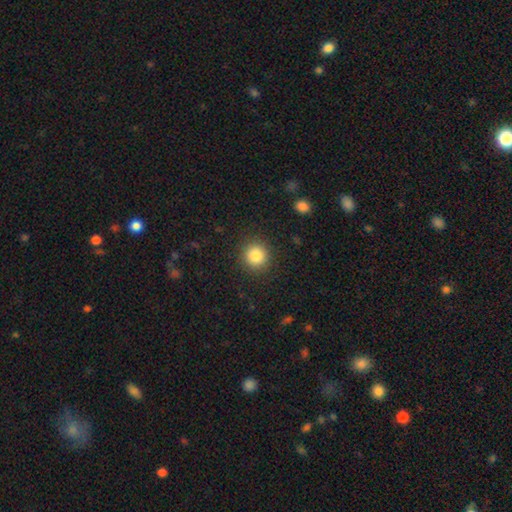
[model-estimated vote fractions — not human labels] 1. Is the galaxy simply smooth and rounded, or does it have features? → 84% smooth, 11% star or artifact, 5% featured or disk.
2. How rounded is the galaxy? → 94% round, 5% in between, 1% cigar-shaped.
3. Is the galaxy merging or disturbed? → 91% none, 6% minor disturbance, 2% major disturbance, 1% merger.